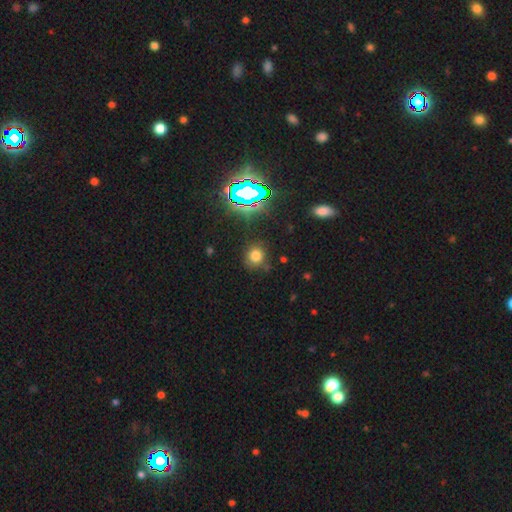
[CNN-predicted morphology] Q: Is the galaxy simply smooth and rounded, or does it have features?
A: smooth — 70%.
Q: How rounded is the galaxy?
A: round — 84%.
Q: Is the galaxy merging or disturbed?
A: none — 81%.